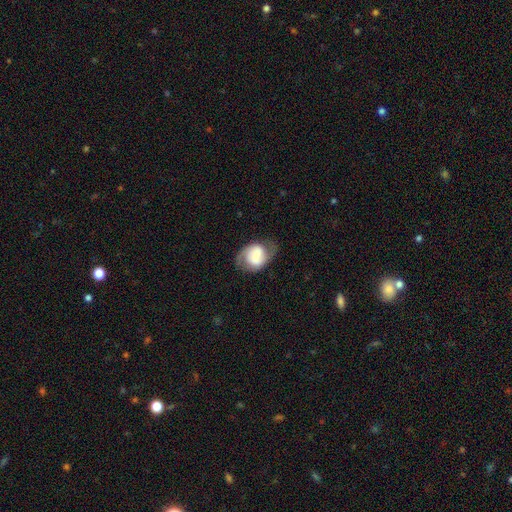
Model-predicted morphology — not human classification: featured or disk 62%, smooth 31%, star or artifact 7%. Down the decision tree: edge-on disk — no (97%); bar — no (44%); spiral arms — yes (86%); spiral arm count — 2 (85%); spiral winding — medium (47%); bulge size — small (41%); merging — none (66%).